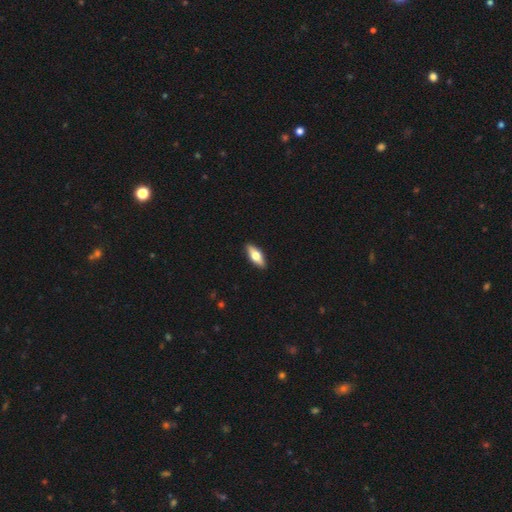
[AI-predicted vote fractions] This appears to be a smooth galaxy with no disk features (59%) that is in between round and cigar-shaped (66%). Merging: none (91%).